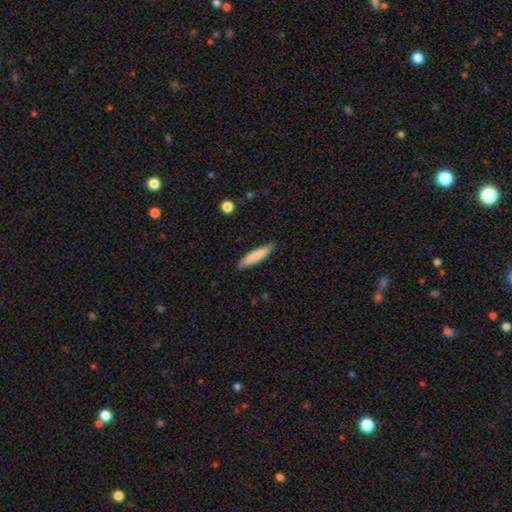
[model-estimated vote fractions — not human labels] Smooth or featured: smooth — 80% (featured or disk — 15%)
How rounded: cigar-shaped — 85% (in between — 14%)
Merging: none — 86% (minor disturbance — 11%)